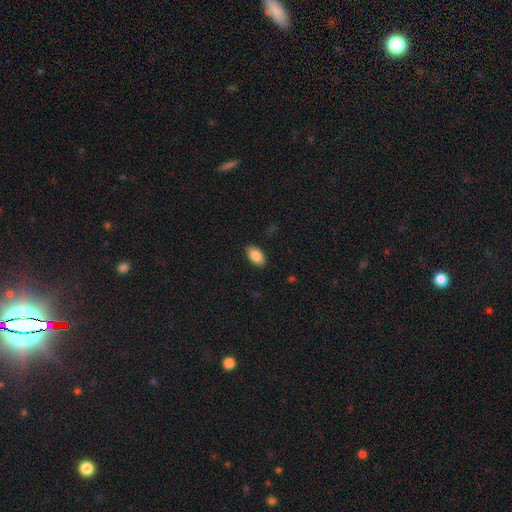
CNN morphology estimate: The model was most divided on "smooth or featured": smooth: 87%, star or artifact: 7%, featured or disk: 6%. More confident: how rounded — in between (94%); merging — none (88%).